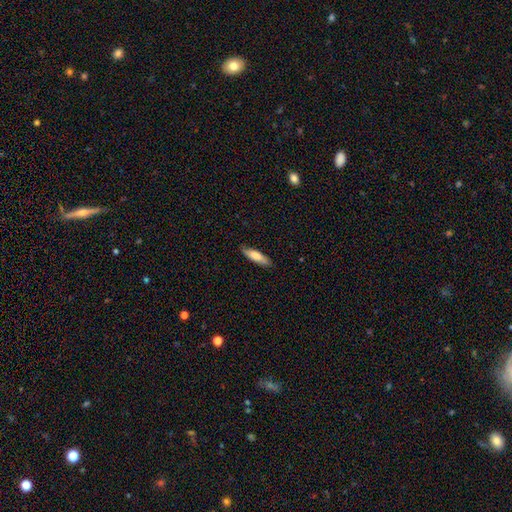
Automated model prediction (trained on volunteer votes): Q: Smooth or featured?
A: smooth (74%); runner-up: featured or disk (20%)
Q: How rounded?
A: cigar-shaped (60%); runner-up: in between (38%)
Q: Merging?
A: none (81%); runner-up: minor disturbance (16%)